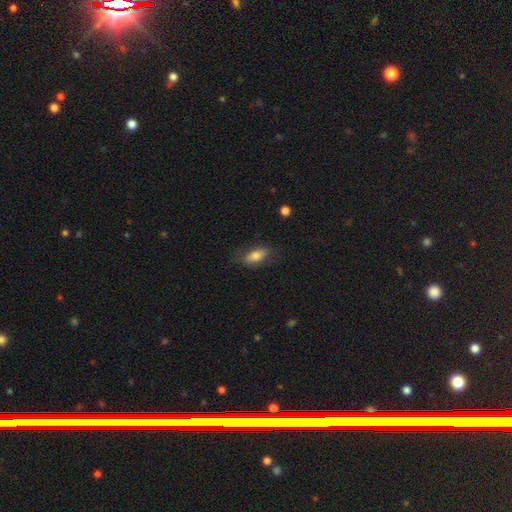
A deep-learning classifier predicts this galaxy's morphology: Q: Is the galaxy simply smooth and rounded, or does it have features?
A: smooth — 71%.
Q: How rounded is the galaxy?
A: in between — 79%.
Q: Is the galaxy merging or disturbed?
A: none — 73%.